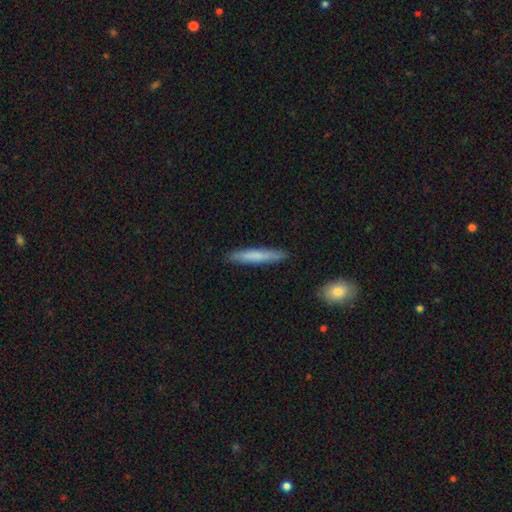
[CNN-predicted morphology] The model was most divided on "smooth or featured": smooth: 74%, featured or disk: 21%, star or artifact: 5%. More confident: how rounded — cigar-shaped (94%); merging — none (88%).